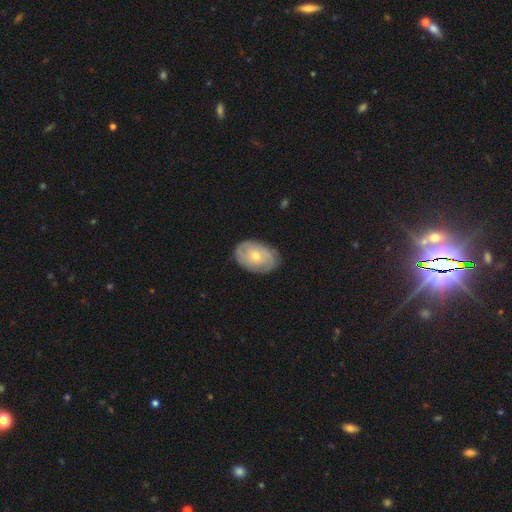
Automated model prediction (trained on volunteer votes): smooth_or_featured: featured or disk (p=0.61) [alt: smooth p=0.33]
disk_edge_on: no (p=0.95) [alt: yes p=0.05]
bar: no (p=0.77) [alt: weak p=0.19]
has_spiral_arms: yes (p=0.74) [alt: no p=0.26]
bulge_size: small (p=0.52) [alt: moderate p=0.45]
merging: none (p=0.82) [alt: minor disturbance p=0.14]